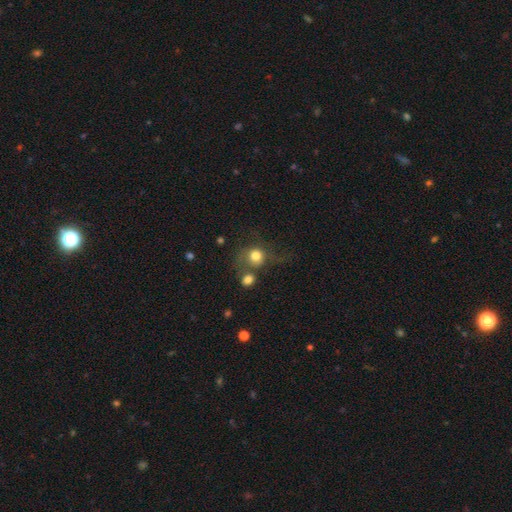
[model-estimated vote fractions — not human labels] This appears to be a smooth galaxy with no disk features (76%) that is round (83%). Merging: none (42%).